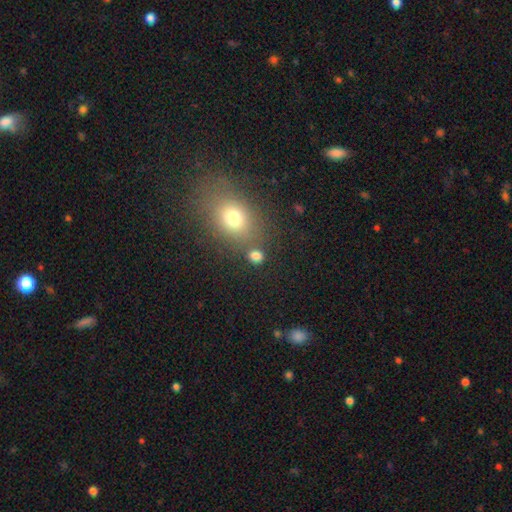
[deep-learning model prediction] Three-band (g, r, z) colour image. It shows a smooth galaxy with no disk features (79%) that is round (69%). Merging: none (73%).